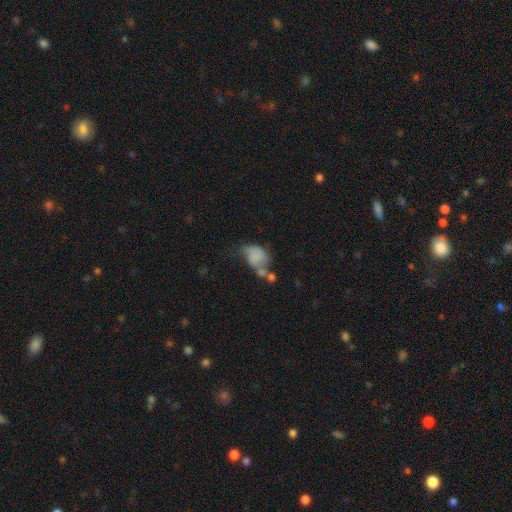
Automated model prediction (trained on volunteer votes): A smooth galaxy with no disk features (62%) that is in between round and cigar-shaped (67%).

Vote fractions:
- Smooth or featured? smooth: 62% / featured or disk: 28% / star or artifact: 10%
- How rounded? in between: 67% / round: 31% / cigar-shaped: 2%
- Merging? merger: 29% / major disturbance: 26% / minor disturbance: 23% / none: 22%